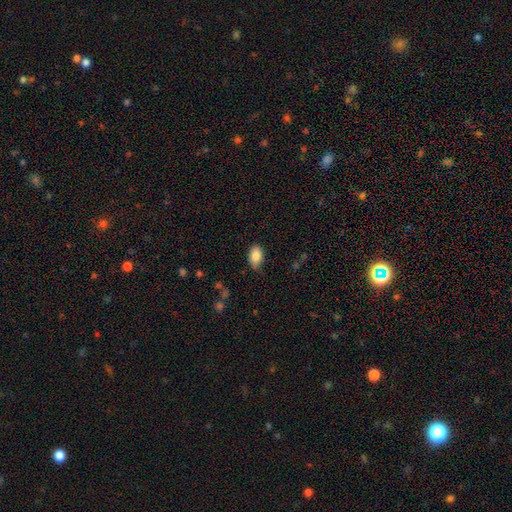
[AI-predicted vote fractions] smooth_or_featured: smooth (p=0.84) [alt: featured or disk p=0.09]
how_rounded: in between (p=0.90) [alt: round p=0.09]
merging: none (p=0.78) [alt: minor disturbance p=0.18]